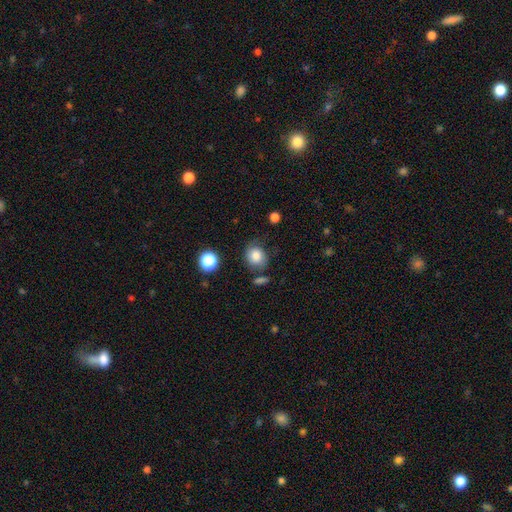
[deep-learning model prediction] Morphology: type=smooth (79%); roundness=round (71%); merging=none (64%).